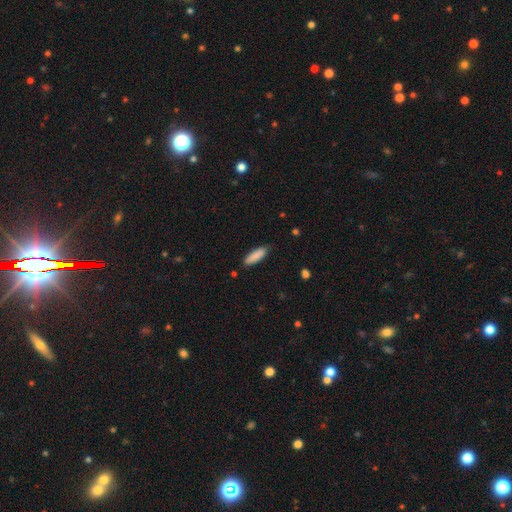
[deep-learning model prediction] smooth-or-featured: smooth: 88% | star or artifact: 6% | featured or disk: 6%
  how-rounded: cigar-shaped: 55% | in between: 44% | round: 1%
  merging: none: 84% | minor disturbance: 13% | major disturbance: 2% | merger: 1%